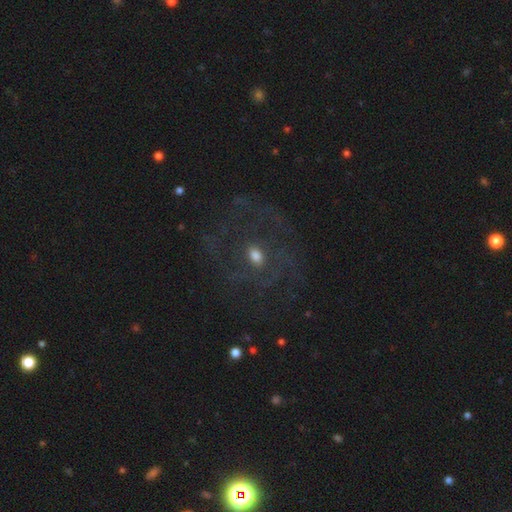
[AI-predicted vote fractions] Morphology: type=featured or disk (68%); edge-on=no (96%); bar=no (60%); spiral arms=yes (75%); bulge=moderate (55%); merging=none (61%).